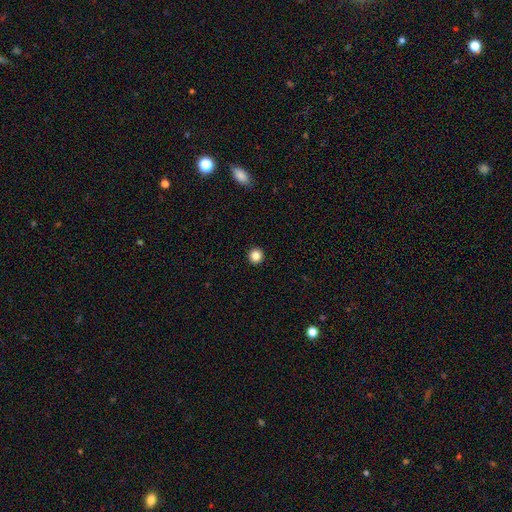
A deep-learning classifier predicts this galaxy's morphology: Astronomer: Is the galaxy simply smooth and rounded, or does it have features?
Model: smooth — 85%.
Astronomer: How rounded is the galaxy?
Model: round — 95%.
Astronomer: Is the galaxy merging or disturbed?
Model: none — 94%.